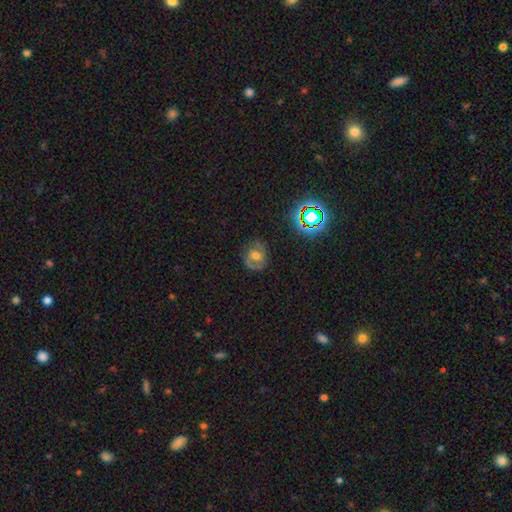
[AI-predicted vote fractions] Smooth or featured? featured or disk (58%)
Edge-on disk? no (96%)
Bar? no (45%)
Spiral arms? yes (81%)
Bulge size? moderate (60%)
Merging? none (72%)